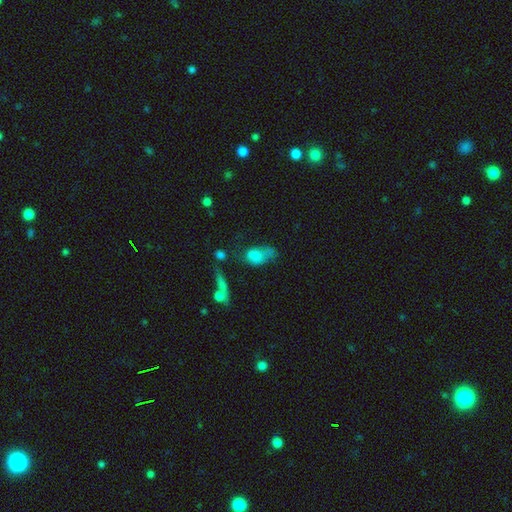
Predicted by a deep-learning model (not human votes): smooth-or-featured: smooth: 73% | featured or disk: 15% | star or artifact: 12%
  how-rounded: in between: 83% | round: 12% | cigar-shaped: 5%
  merging: major disturbance: 34% | minor disturbance: 26% | none: 24% | merger: 16%